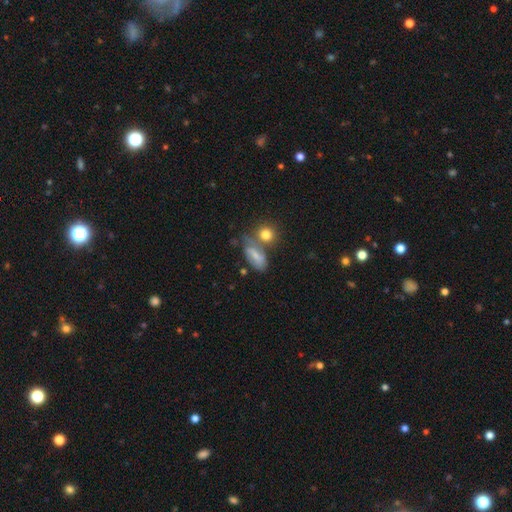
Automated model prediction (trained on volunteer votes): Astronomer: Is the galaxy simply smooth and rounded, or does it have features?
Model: smooth — 58%.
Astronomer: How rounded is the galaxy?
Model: in between — 78%.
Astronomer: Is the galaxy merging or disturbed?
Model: none — 44% (runner-up: merger, 25%).